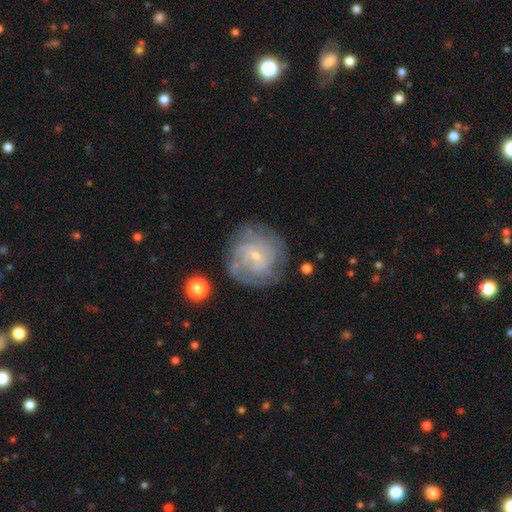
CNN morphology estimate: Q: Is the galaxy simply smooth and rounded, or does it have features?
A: featured or disk — 75%.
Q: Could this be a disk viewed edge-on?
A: no — 98%.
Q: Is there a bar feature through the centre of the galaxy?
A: no — 72%.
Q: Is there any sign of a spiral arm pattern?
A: yes — 89%.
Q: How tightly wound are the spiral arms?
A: tight — 66%.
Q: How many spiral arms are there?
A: can't tell — 44%.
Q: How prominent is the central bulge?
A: small — 82%.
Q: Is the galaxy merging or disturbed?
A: none — 74%.